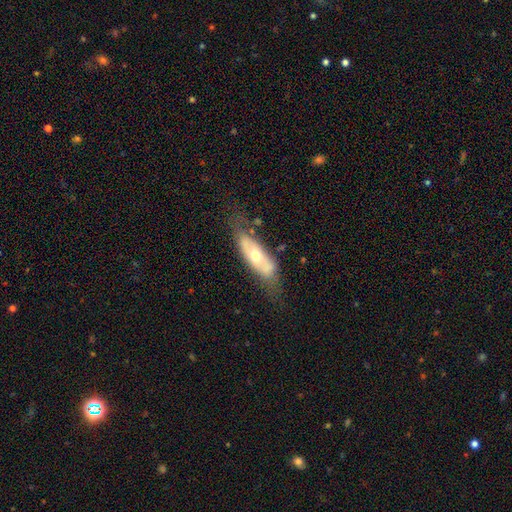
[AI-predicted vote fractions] Morphology: type=featured or disk (52%); edge-on=no (72%); merging=none (59%).